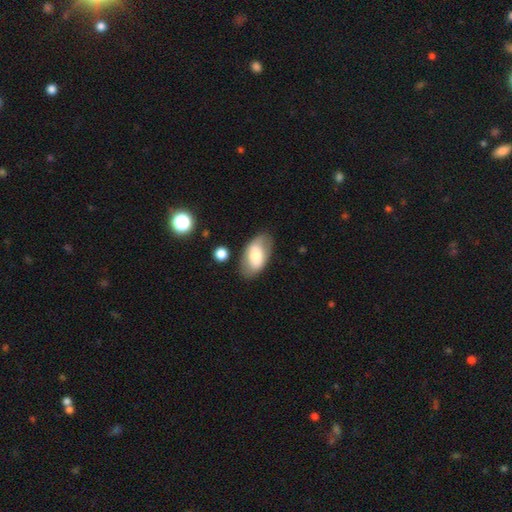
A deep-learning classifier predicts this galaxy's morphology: Smooth or featured? Predicted: smooth (p=0.66). How rounded? Predicted: in between (p=0.93). Merging? Predicted: none (p=0.78).